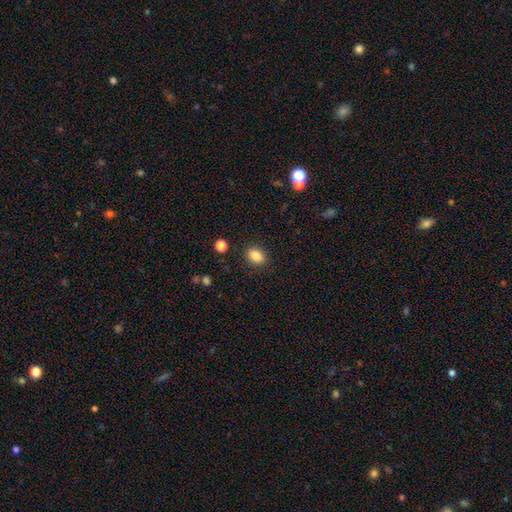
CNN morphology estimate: A smooth galaxy with no disk features (86%) that is in between round and cigar-shaped (74%).

Vote fractions:
- Smooth or featured? smooth: 86% / star or artifact: 9% / featured or disk: 5%
- How rounded? in between: 74% / round: 25% / cigar-shaped: 1%
- Merging? none: 88% / minor disturbance: 8% / major disturbance: 2% / merger: 2%